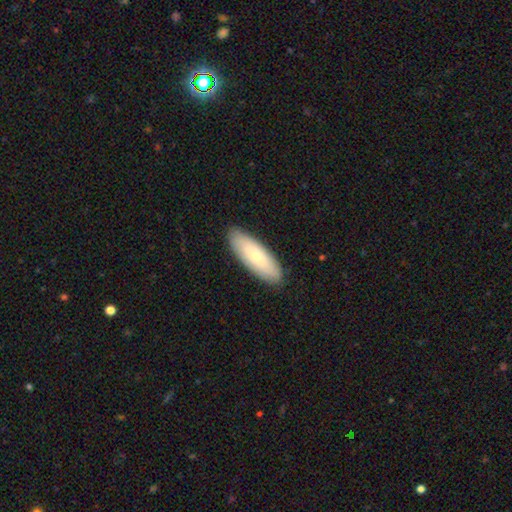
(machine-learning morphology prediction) Smooth or featured? Predicted: smooth (p=0.70). How rounded? Predicted: in between (p=0.61). Merging? Predicted: none (p=0.90).